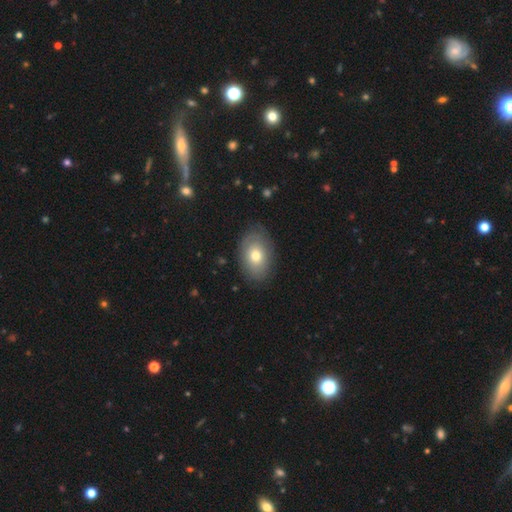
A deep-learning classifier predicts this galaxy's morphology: This is likely a smooth galaxy (70%). How rounded: clearly in between (83%). Merging: clearly none (81%).